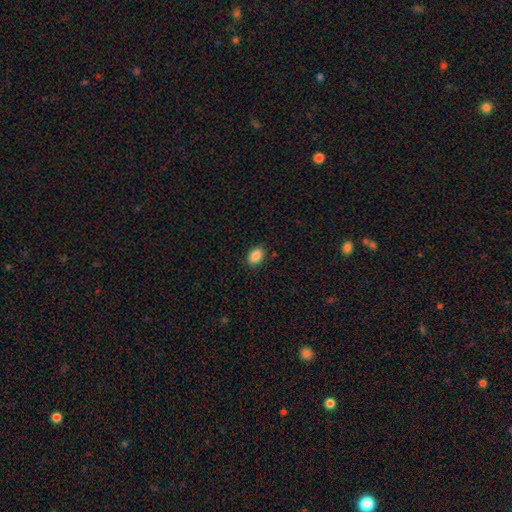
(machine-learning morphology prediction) Smooth or featured: smooth — 88% (star or artifact — 8%)
How rounded: in between — 78% (round — 21%)
Merging: none — 86% (minor disturbance — 10%)